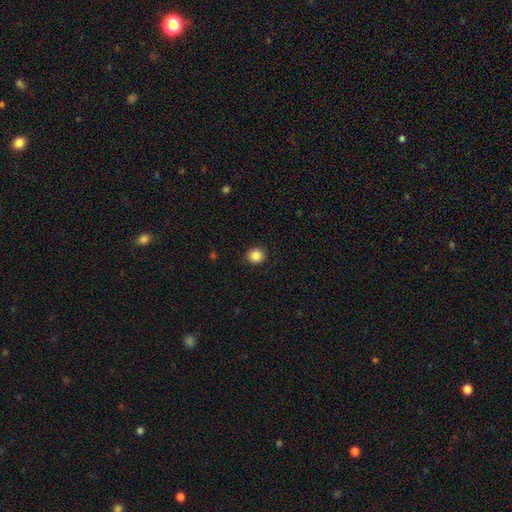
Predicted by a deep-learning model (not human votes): This is clearly a smooth galaxy (87%). How rounded: clearly round (87%). Merging: clearly none (90%).